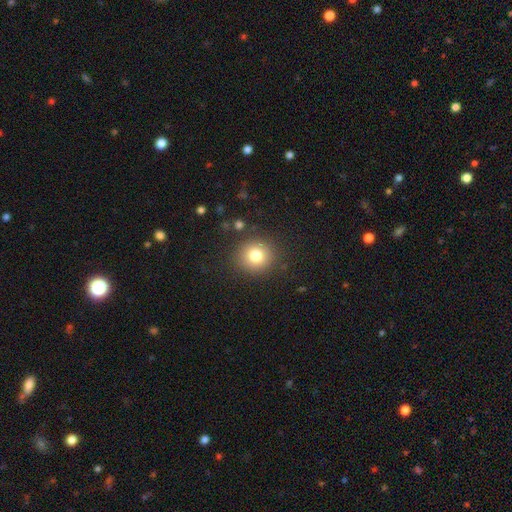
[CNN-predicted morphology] Smooth or featured: smooth — 79% (star or artifact — 12%)
How rounded: round — 88% (in between — 11%)
Merging: none — 88% (minor disturbance — 7%)